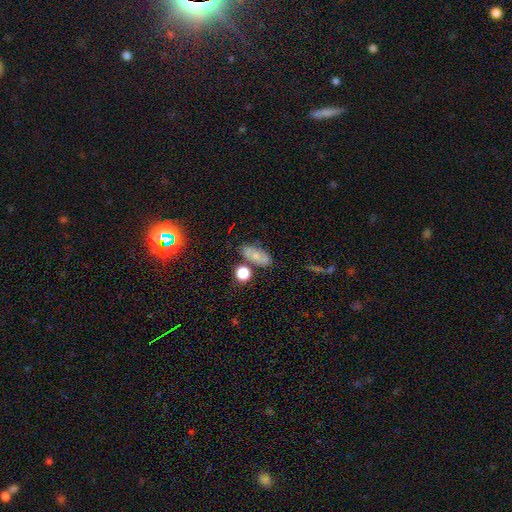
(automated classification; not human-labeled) This is possibly a smooth galaxy (59%). How rounded: likely in between (79%). Merging: likely none (68%).